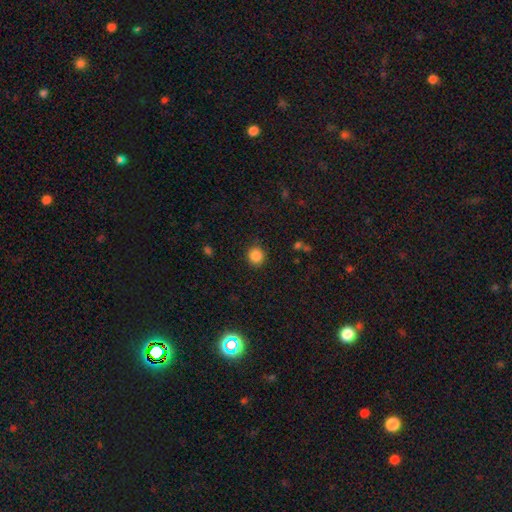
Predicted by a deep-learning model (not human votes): The model was most divided on "smooth or featured": smooth: 86%, star or artifact: 11%, featured or disk: 4%. More confident: how rounded — round (91%); merging — none (90%).